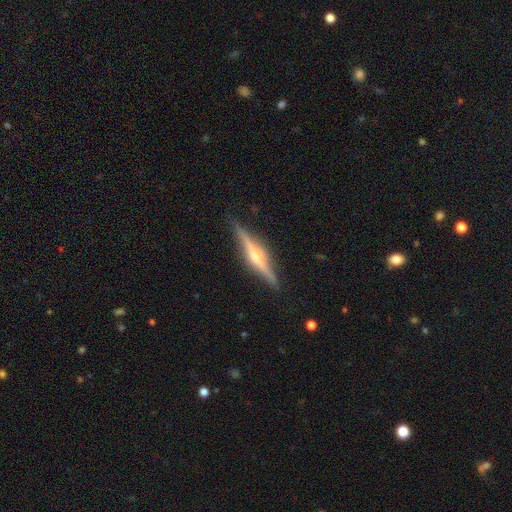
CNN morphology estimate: A featured or disk galaxy (81%) viewed edge-on (98%) with a rounded central bulge (86%). Merging: none (89%).